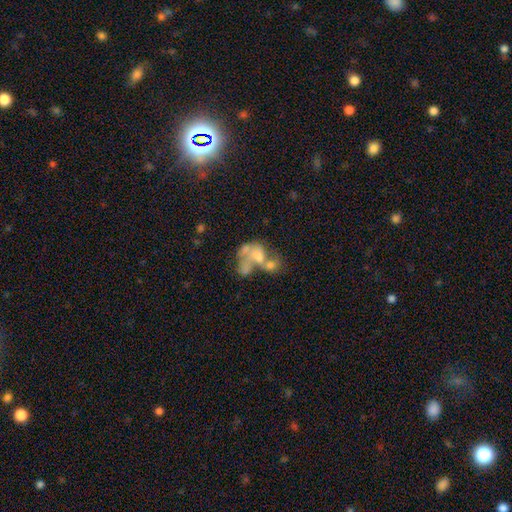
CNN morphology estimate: Q: Smooth or featured?
A: featured or disk (48%); runner-up: smooth (39%)
Q: Merging?
A: merger (62%); runner-up: major disturbance (21%)